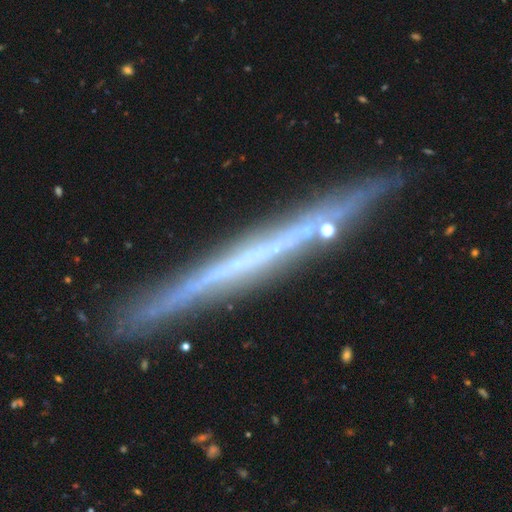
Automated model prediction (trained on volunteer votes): This appears to be a featured or disk galaxy (72%) viewed edge-on (97%) with no central bulge (90%). Merging: none (87%).